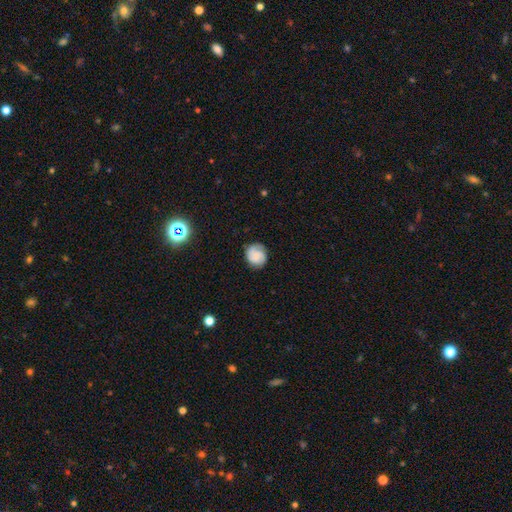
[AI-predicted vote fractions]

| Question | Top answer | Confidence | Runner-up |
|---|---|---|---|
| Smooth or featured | featured or disk | 55% | smooth (37%) |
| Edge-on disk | no | 98% | yes (2%) |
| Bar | no | 66% | weak (29%) |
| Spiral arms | yes | 93% | no (7%) |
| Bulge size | small | 47% | none (26%) |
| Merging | none | 79% | minor disturbance (15%) |